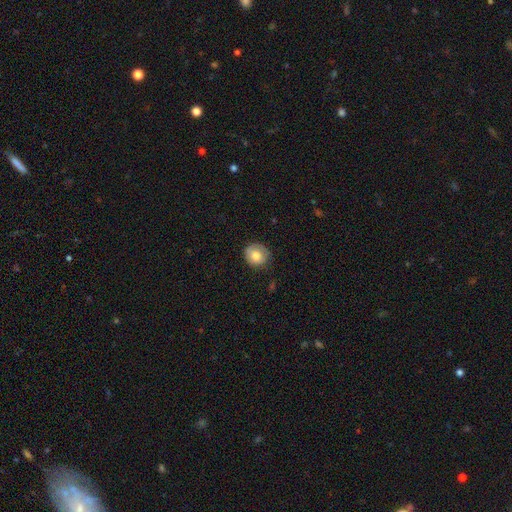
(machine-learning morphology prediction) smooth 76%, featured or disk 16%, star or artifact 8%. Down the decision tree: how rounded — round (82%); merging — none (73%).